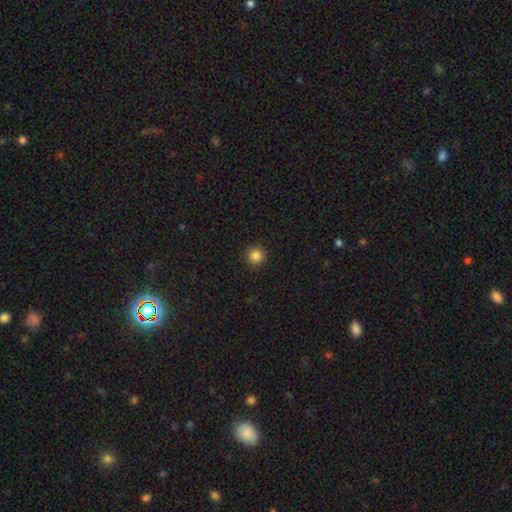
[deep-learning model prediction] Q: Smooth or featured?
A: smooth (85%); runner-up: star or artifact (11%)
Q: How rounded?
A: round (95%); runner-up: in between (4%)
Q: Merging?
A: none (92%); runner-up: minor disturbance (5%)